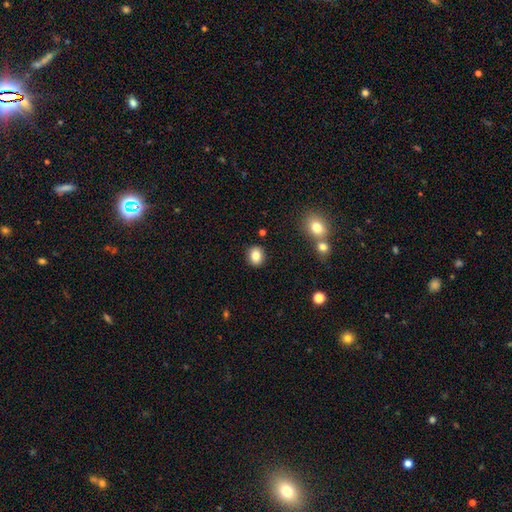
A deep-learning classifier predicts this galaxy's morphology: A smooth galaxy with no disk features (83%) that is round (65%).

Vote fractions:
- Smooth or featured? smooth: 83% / star or artifact: 10% / featured or disk: 7%
- How rounded? round: 65% / in between: 34% / cigar-shaped: 1%
- Merging? none: 88% / minor disturbance: 7% / merger: 3% / major disturbance: 2%